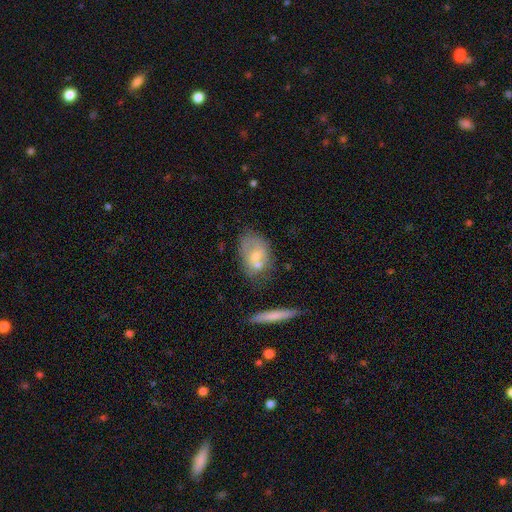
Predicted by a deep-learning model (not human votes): This appears to be a smooth galaxy with no disk features (51%) that is in between round and cigar-shaped (76%). Merging: none (41%).